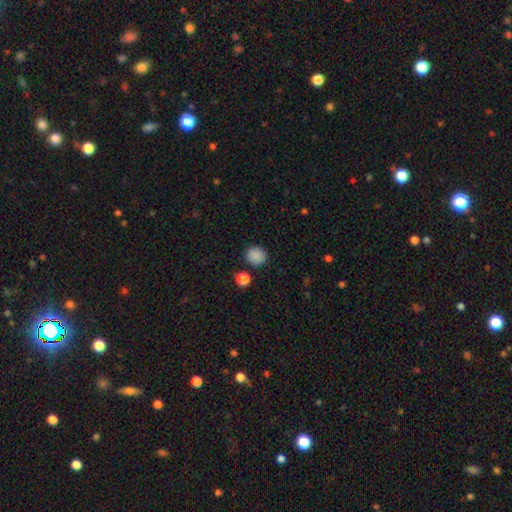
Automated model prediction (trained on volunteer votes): This appears to be a smooth galaxy with no disk features (86%) that is round (84%). Merging: none (86%).